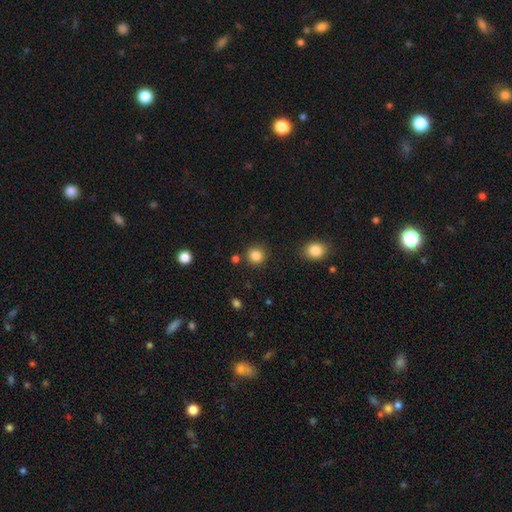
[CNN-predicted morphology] Smooth or featured? Predicted: smooth (p=0.85). How rounded? Predicted: round (p=0.92). Merging? Predicted: none (p=0.88).